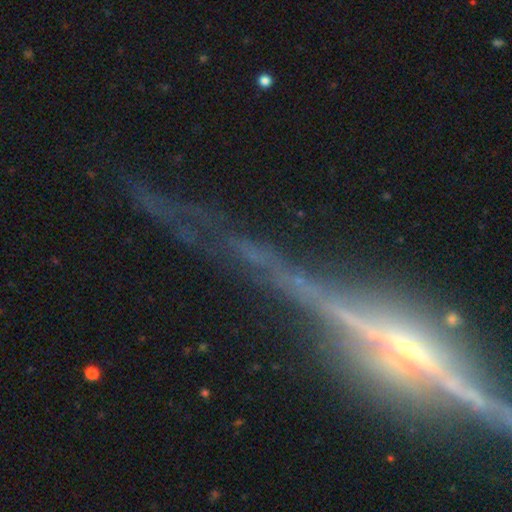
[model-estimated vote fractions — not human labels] smooth-or-featured: featured or disk: 67% | star or artifact: 23% | smooth: 10%
  disk-edge-on: yes: 86% | no: 14%
    edge-on-bulge: rounded: 49% | none: 30% | boxy: 21%
  merging: none: 68% | minor disturbance: 14% | major disturbance: 13% | merger: 5%